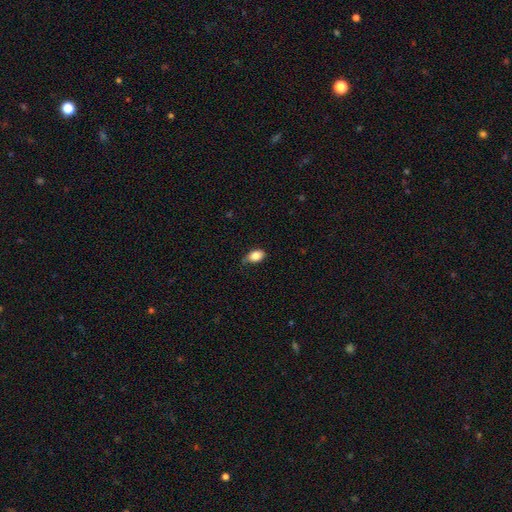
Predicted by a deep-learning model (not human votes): A smooth galaxy with no disk features (84%) that is in between round and cigar-shaped (87%).

Vote fractions:
- Smooth or featured? smooth: 84% / featured or disk: 8% / star or artifact: 8%
- How rounded? in between: 87% / round: 11% / cigar-shaped: 2%
- Merging? none: 53% / minor disturbance: 37% / major disturbance: 9% / merger: 2%